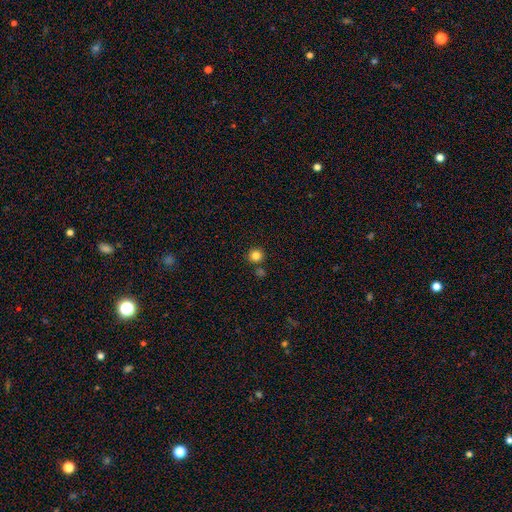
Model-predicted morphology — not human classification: Smooth or featured? smooth (83%)
How rounded? round (94%)
Merging? none (83%)